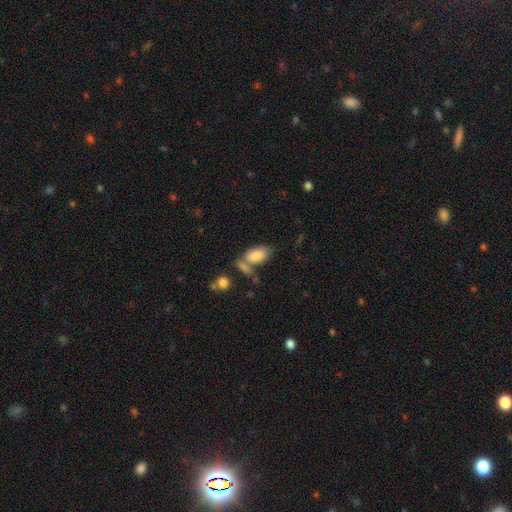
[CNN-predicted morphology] This is clearly a smooth galaxy (83%). How rounded: clearly in between (92%). Merging: marginally none (44%).